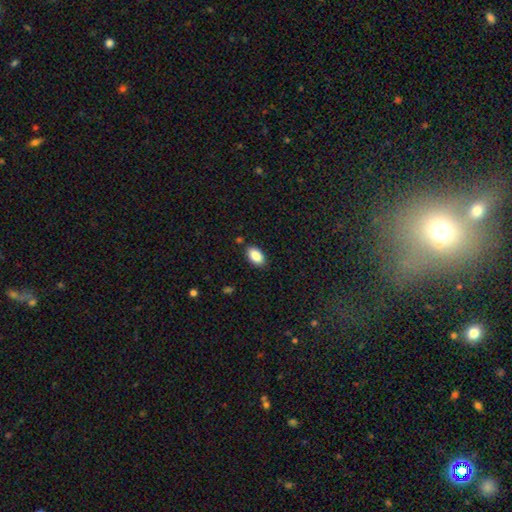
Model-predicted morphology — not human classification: The model was most divided on "merging": none: 86%, minor disturbance: 10%, major disturbance: 2%, merger: 2%. More confident: how rounded — in between (94%); smooth or featured — smooth (89%).